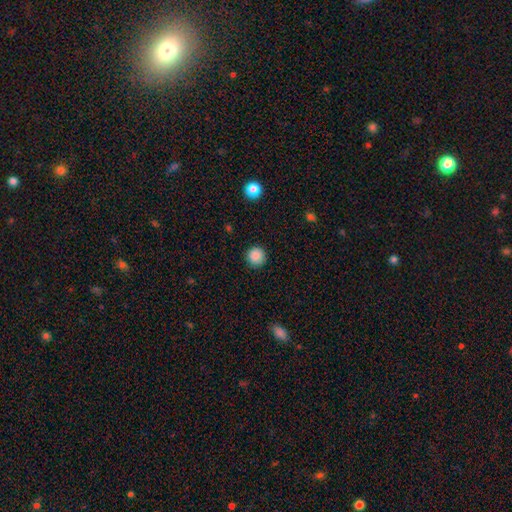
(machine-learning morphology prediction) smooth-or-featured: smooth: 88% | star or artifact: 9% | featured or disk: 3%
  how-rounded: round: 96% | in between: 4% | cigar-shaped: 1%
  merging: none: 91% | minor disturbance: 6% | major disturbance: 2% | merger: 1%